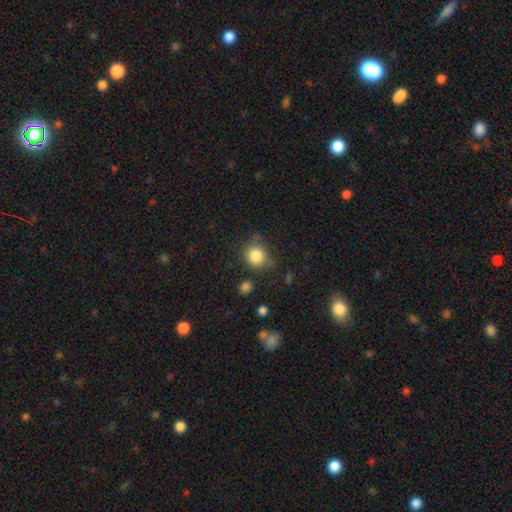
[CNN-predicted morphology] The model was most divided on "merging": none: 70%, minor disturbance: 20%, major disturbance: 6%, merger: 4%. More confident: how rounded — round (85%); smooth or featured — smooth (84%).